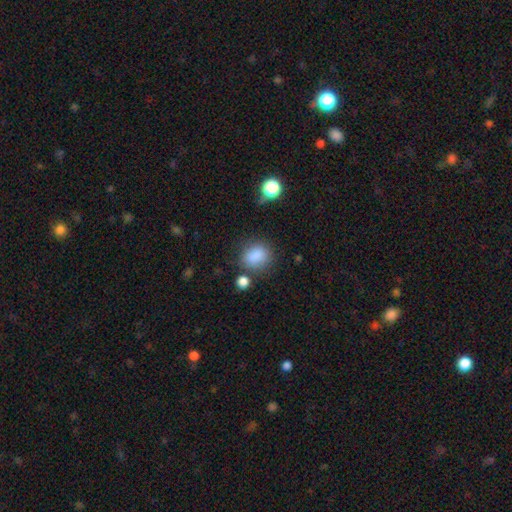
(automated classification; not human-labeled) Q: Smooth or featured?
A: smooth (85%); runner-up: star or artifact (10%)
Q: How rounded?
A: round (57%); runner-up: in between (42%)
Q: Merging?
A: none (72%); runner-up: minor disturbance (16%)